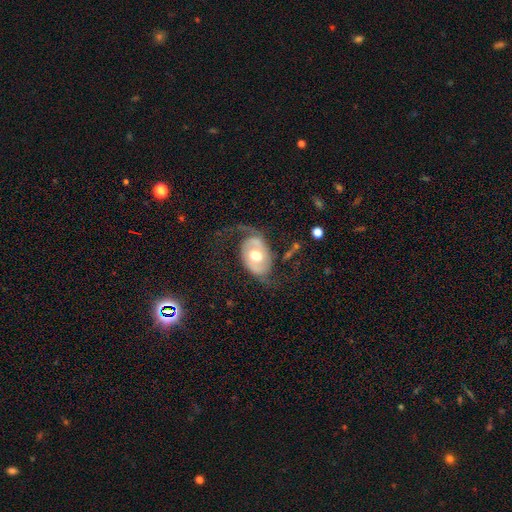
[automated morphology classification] A featured or disk galaxy (76%) with no bar (53%), 2 (76%) loose (53%) spiral arms (82%) and a moderate central bulge (69%).

Vote fractions:
- Smooth or featured? featured or disk: 76% / smooth: 19% / star or artifact: 5%
- Edge-on disk? no: 96% / yes: 4%
- Bar? no: 53% / weak: 33% / strong: 14%
- Spiral arms? yes: 82% / no: 18%
- Spiral winding? loose: 53% / medium: 34% / tight: 13%
- Spiral arm count? 2: 76% / 1: 15% / can't tell: 6% / 3: 1% / 4: 1% / more than 4: 1%
- Bulge size? moderate: 69% / large: 21% / small: 6% / dominant: 2% / none: 1%
- Merging? none: 48% / major disturbance: 31% / minor disturbance: 19% / merger: 3%